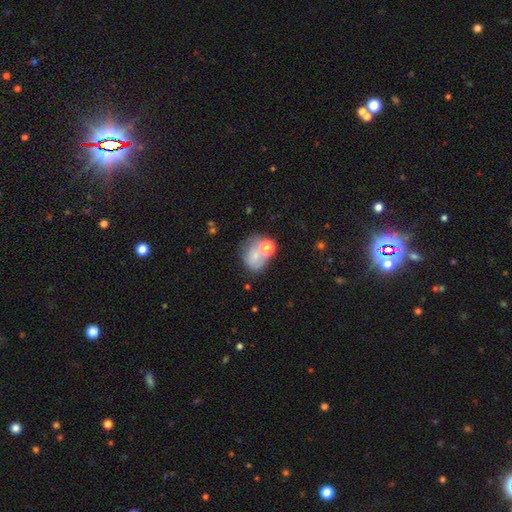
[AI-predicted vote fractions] Smooth or featured: smooth — 62% (featured or disk — 25%)
How rounded: in between — 55% (round — 44%)
Merging: none — 36% (merger — 29%)